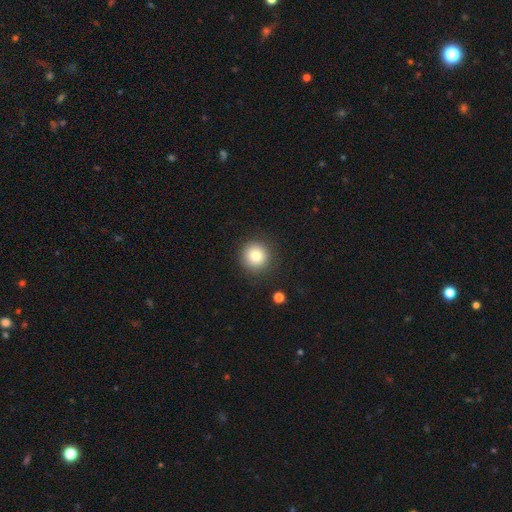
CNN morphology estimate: A smooth galaxy with no disk features (81%) that is round (94%).

Vote fractions:
- Smooth or featured? smooth: 81% / star or artifact: 11% / featured or disk: 8%
- How rounded? round: 94% / in between: 5% / cigar-shaped: 1%
- Merging? none: 88% / minor disturbance: 7% / major disturbance: 3% / merger: 2%